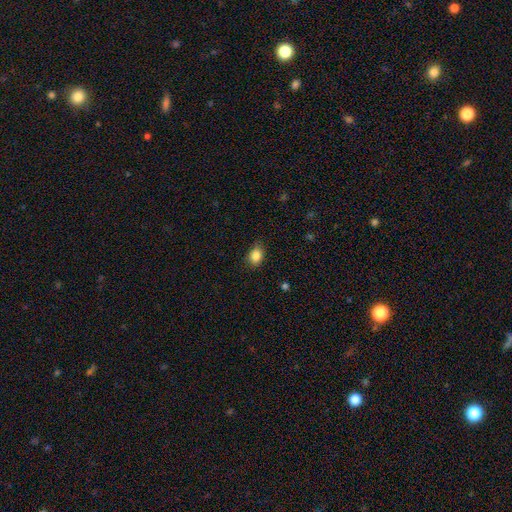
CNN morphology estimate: Overall: smooth (86%). How rounded: in between (67%; round 32%). Merging: none (77%).